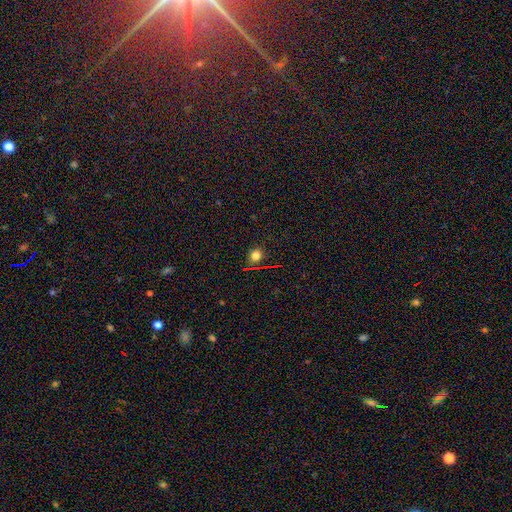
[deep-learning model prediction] Smooth or featured? Predicted: smooth (p=0.71). How rounded? Predicted: round (p=0.86). Merging? Predicted: none (p=0.86).